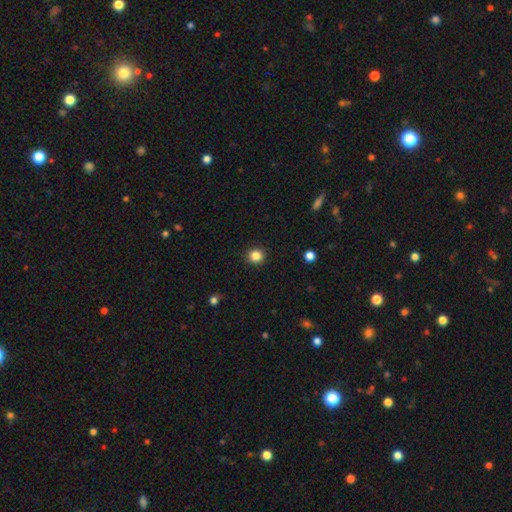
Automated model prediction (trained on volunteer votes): Smooth or featured? smooth (84%)
How rounded? round (93%)
Merging? none (93%)